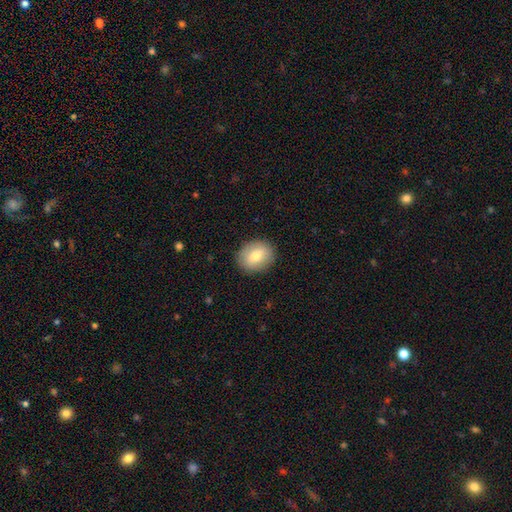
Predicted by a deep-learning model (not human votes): Smooth or featured? smooth (74%)
How rounded? round (58%)
Merging? none (88%)